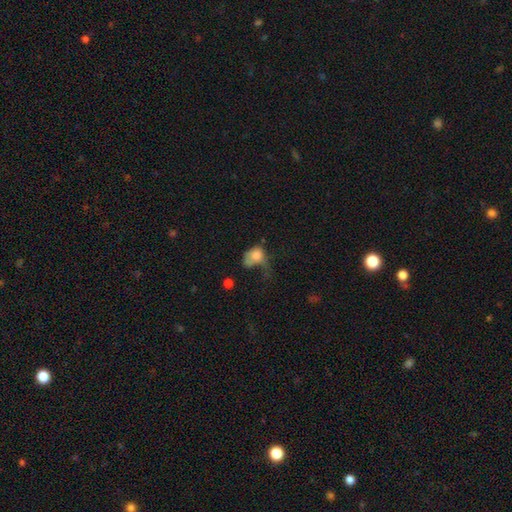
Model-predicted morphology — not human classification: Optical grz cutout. It shows a smooth galaxy with no disk features (70%) that is in between round and cigar-shaped (63%). Merging: major disturbance (55%).